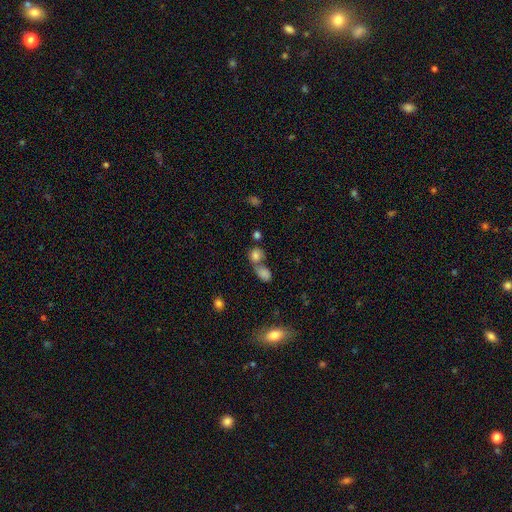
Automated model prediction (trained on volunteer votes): Smooth or featured?
  - smooth: 79% *
  - star or artifact: 12%
  - featured or disk: 9%
How rounded?
  - round: 63% *
  - in between: 35%
  - cigar-shaped: 2%
Merging?
  - merger: 52% *
  - none: 36%
  - minor disturbance: 8%
  - major disturbance: 4%